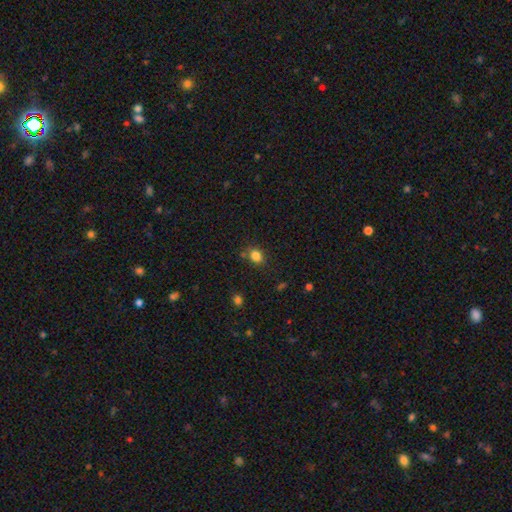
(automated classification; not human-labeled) A smooth galaxy with no disk features (82%) that is in between round and cigar-shaped (52%).

Vote fractions:
- Smooth or featured? smooth: 82% / star or artifact: 12% / featured or disk: 6%
- How rounded? in between: 52% / round: 47% / cigar-shaped: 1%
- Merging? none: 74% / minor disturbance: 15% / merger: 7% / major disturbance: 4%